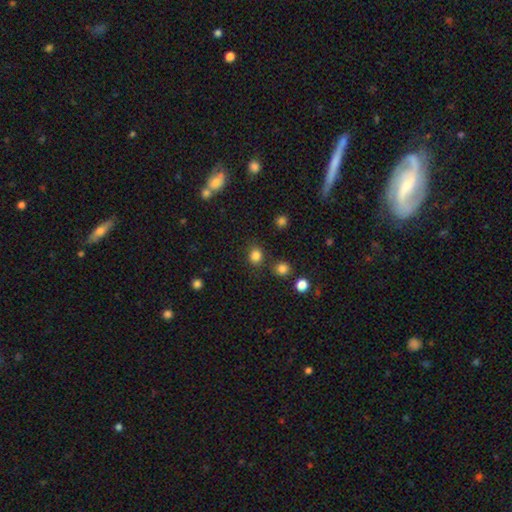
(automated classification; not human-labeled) This appears to be a smooth galaxy with no disk features (82%) that is round (75%). Merging: none (81%).